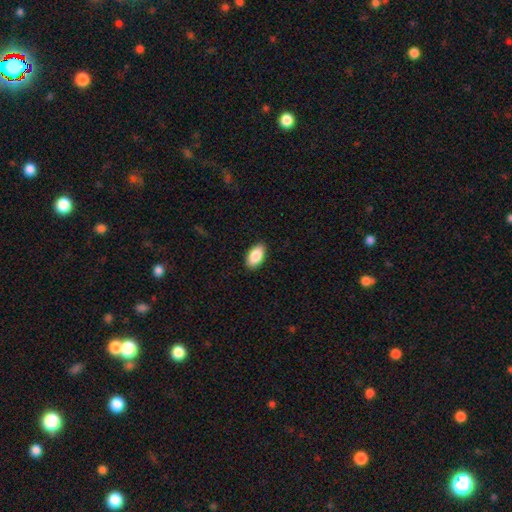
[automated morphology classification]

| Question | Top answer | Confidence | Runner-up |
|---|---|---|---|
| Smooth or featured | smooth | 88% | star or artifact (6%) |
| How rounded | in between | 95% | round (3%) |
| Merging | none | 89% | minor disturbance (8%) |